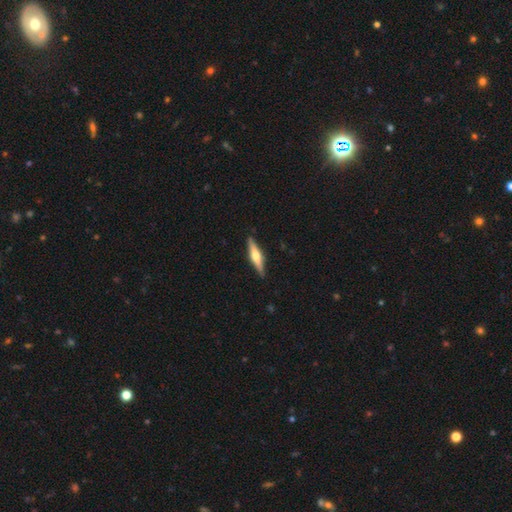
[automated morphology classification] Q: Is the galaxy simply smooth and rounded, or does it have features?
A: featured or disk — 60%.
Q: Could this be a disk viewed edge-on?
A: yes — 96%.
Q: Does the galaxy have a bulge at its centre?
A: rounded — 88%.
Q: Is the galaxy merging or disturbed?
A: none — 88%.